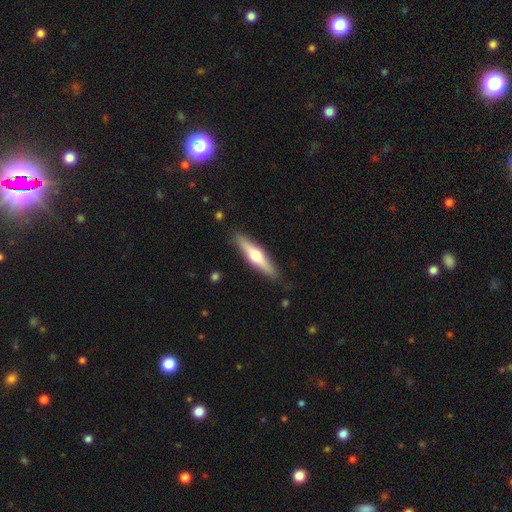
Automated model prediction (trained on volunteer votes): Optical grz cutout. It shows a featured or disk galaxy (55%) viewed edge-on (94%) with a rounded central bulge (93%). Merging: none (88%).